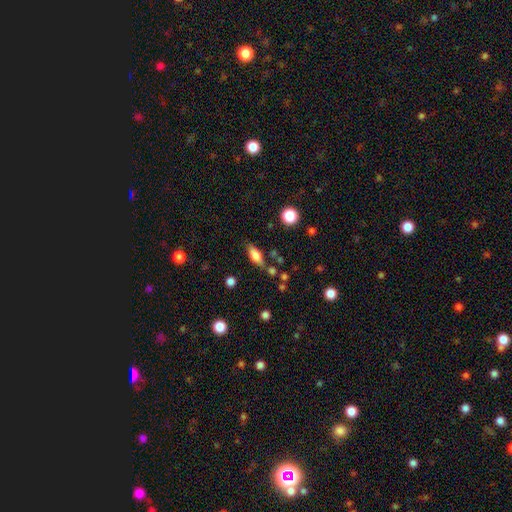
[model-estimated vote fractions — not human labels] smooth-or-featured: smooth: 67% | featured or disk: 24% | star or artifact: 8%
  how-rounded: in between: 72% | cigar-shaped: 23% | round: 5%
  merging: none: 72% | minor disturbance: 16% | merger: 7% | major disturbance: 5%